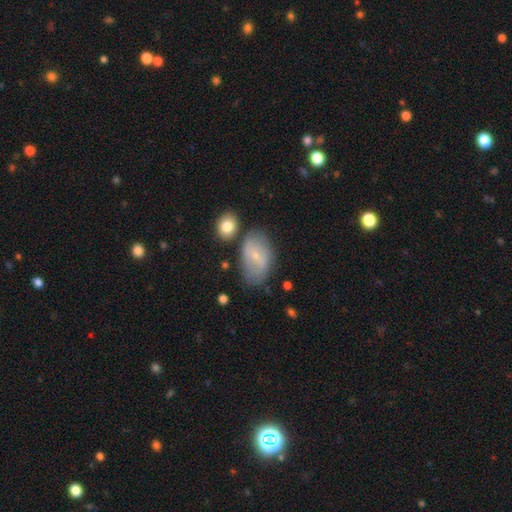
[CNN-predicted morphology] smooth 47%, featured or disk 44%, star or artifact 8%. Down the decision tree: merging — none (57%).